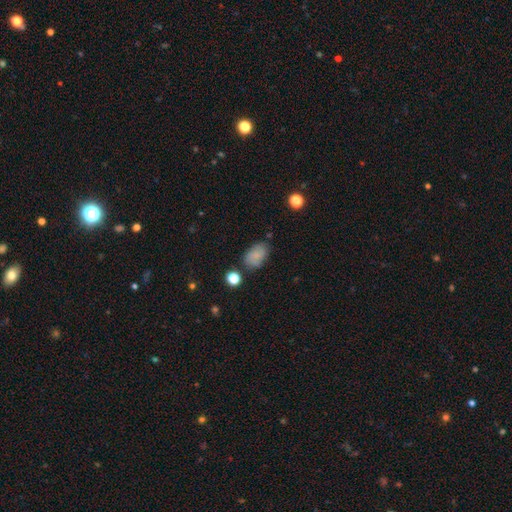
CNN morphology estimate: smooth-or-featured: smooth: 80% | featured or disk: 11% | star or artifact: 10%
  how-rounded: in between: 87% | round: 12% | cigar-shaped: 1%
  merging: none: 71% | minor disturbance: 20% | major disturbance: 5% | merger: 4%